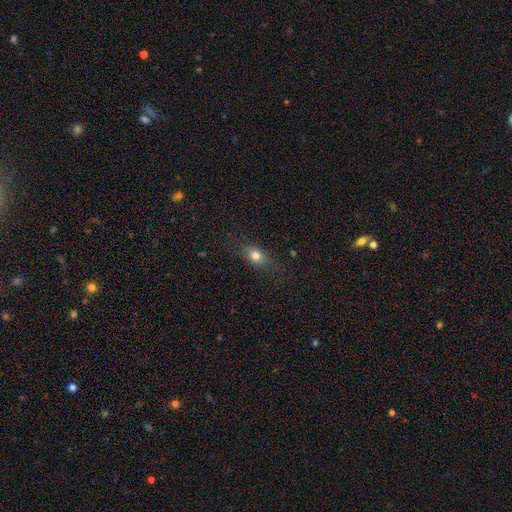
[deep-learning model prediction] smooth-or-featured: smooth: 72% | featured or disk: 16% | star or artifact: 12%
  how-rounded: in between: 58% | round: 30% | cigar-shaped: 12%
  merging: none: 78% | minor disturbance: 15% | major disturbance: 5% | merger: 1%